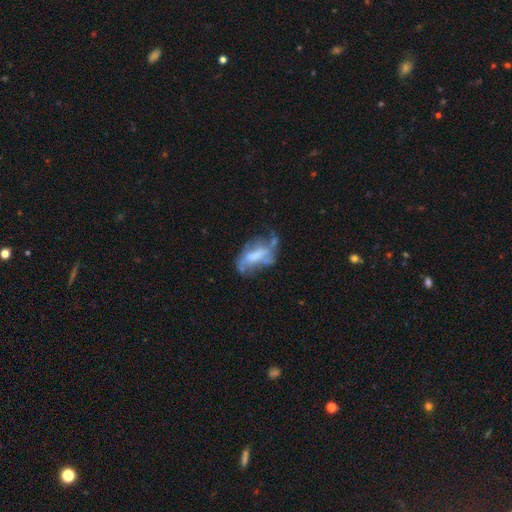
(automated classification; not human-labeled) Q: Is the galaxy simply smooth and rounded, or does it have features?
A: featured or disk — 57%.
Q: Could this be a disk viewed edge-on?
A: no — 92%.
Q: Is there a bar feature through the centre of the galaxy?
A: no — 46%.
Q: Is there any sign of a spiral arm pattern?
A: no — 59%.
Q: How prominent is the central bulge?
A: none — 38%.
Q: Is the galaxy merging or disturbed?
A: major disturbance — 33%.